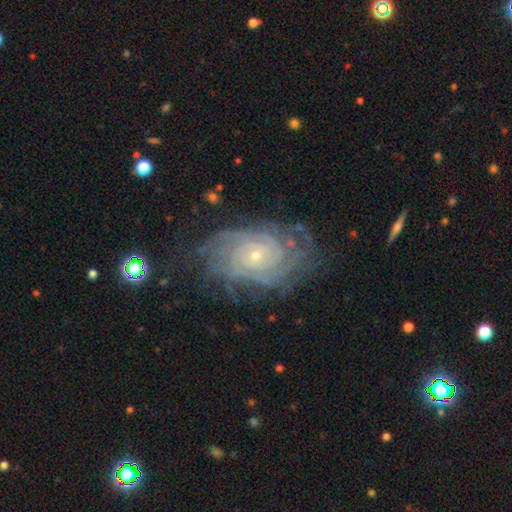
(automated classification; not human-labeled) A featured or disk galaxy (87%) with no bar (76%), tight (79%) spiral arms (97%) and a small central bulge (81%). Merging: none (73%).